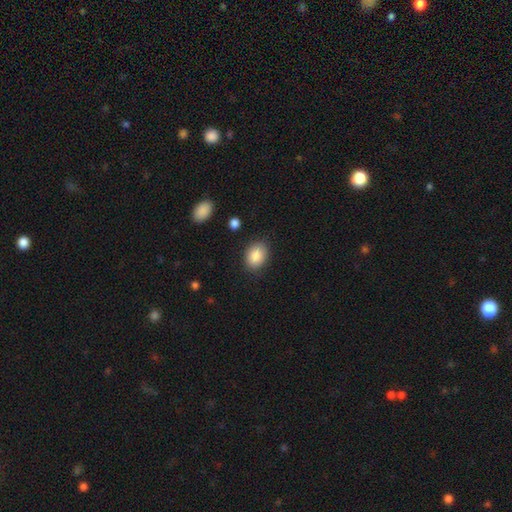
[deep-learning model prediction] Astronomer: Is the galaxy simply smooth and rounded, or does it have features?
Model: smooth — 87%.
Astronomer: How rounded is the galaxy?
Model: in between — 72%.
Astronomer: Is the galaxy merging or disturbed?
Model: none — 84%.